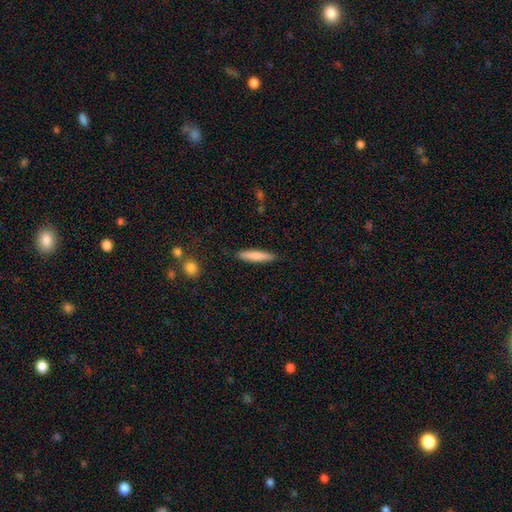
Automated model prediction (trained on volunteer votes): Smooth or featured: smooth — 77% (featured or disk — 17%)
How rounded: cigar-shaped — 87% (in between — 11%)
Merging: none — 89% (minor disturbance — 8%)